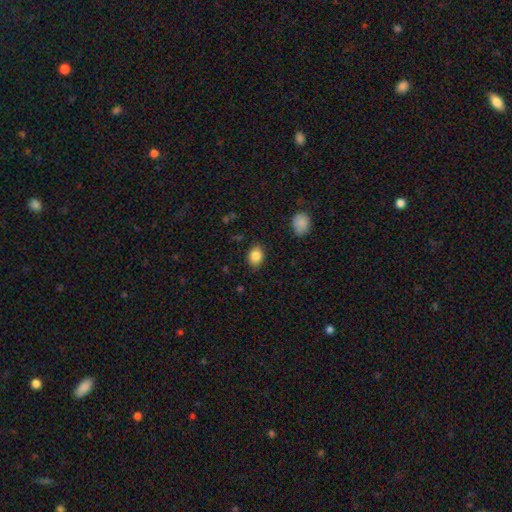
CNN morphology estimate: smooth 85%, star or artifact 9%, featured or disk 6%. Down the decision tree: how rounded — in between (65%); merging — none (84%).